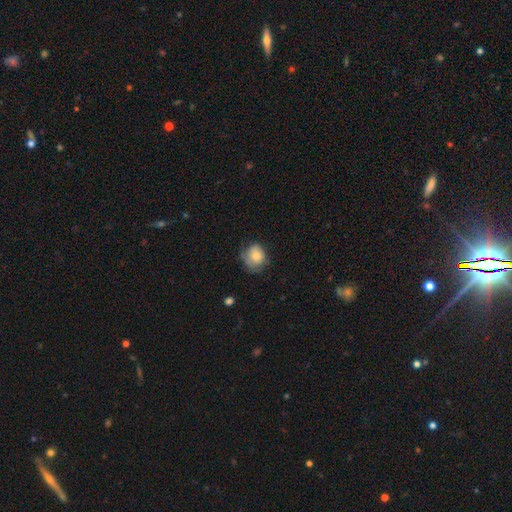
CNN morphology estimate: Smooth or featured? smooth (68%)
How rounded? round (66%)
Merging? none (49%)